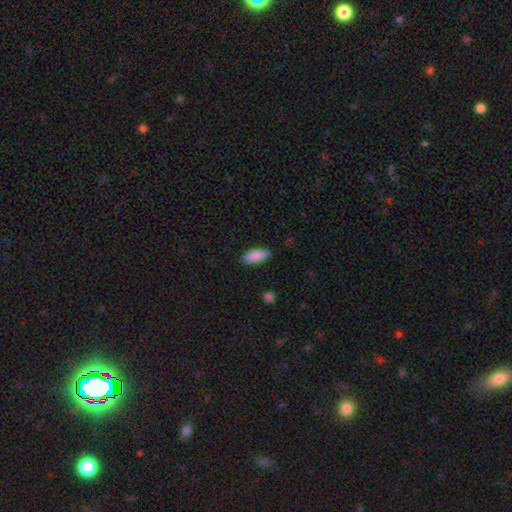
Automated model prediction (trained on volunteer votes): Smooth or featured?
  - smooth: 89% *
  - star or artifact: 6%
  - featured or disk: 5%
How rounded?
  - in between: 83% *
  - cigar-shaped: 15%
  - round: 2%
Merging?
  - none: 88% *
  - minor disturbance: 9%
  - major disturbance: 2%
  - merger: 1%